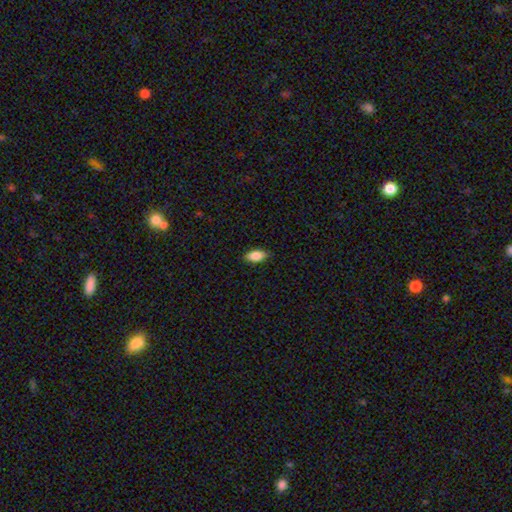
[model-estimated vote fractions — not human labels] Morphology: type=smooth (85%); roundness=in between (88%); merging=none (87%).